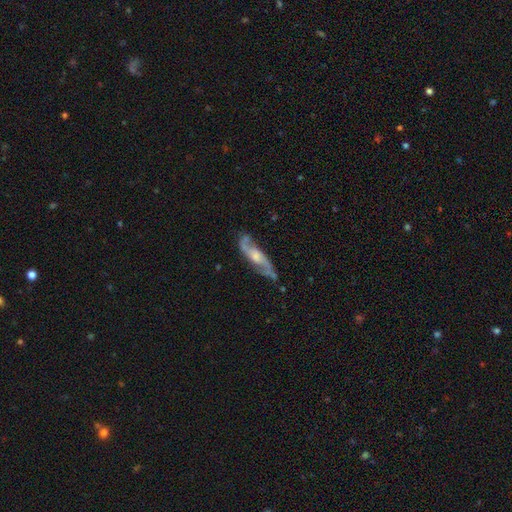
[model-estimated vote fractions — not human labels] Smooth or featured? featured or disk (84%)
Edge-on disk? no (83%)
Bar? no (49%)
Spiral arms? yes (96%)
Spiral winding? medium (47%)
Spiral arm count? 2 (90%)
Bulge size? moderate (51%)
Merging? none (76%)